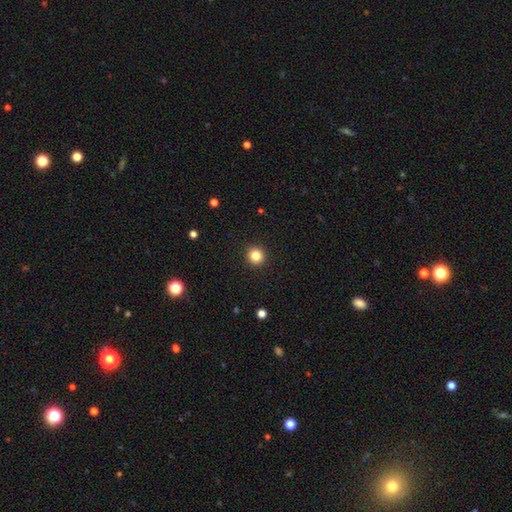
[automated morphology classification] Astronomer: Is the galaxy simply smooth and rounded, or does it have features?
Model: smooth — 83%.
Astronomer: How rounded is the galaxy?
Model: round — 95%.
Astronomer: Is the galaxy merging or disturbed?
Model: none — 93%.